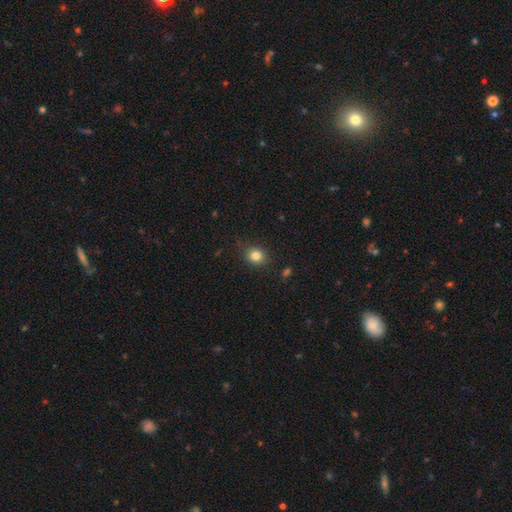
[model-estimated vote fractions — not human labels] smooth-or-featured: smooth: 82% | star or artifact: 12% | featured or disk: 6%
  how-rounded: round: 68% | in between: 31% | cigar-shaped: 1%
  merging: none: 86% | minor disturbance: 10% | major disturbance: 3% | merger: 1%